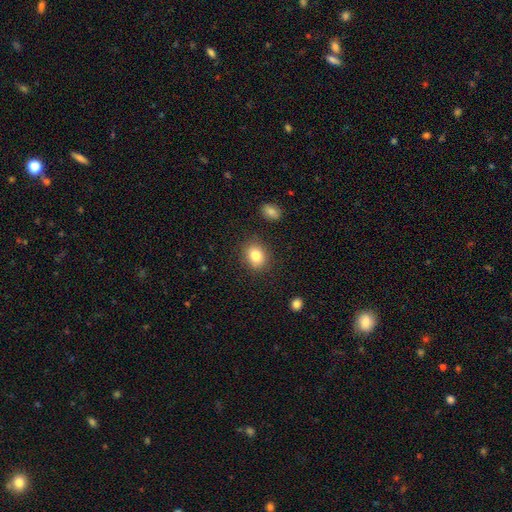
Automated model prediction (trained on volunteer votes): Smooth or featured? smooth (82%)
How rounded? round (58%)
Merging? none (85%)